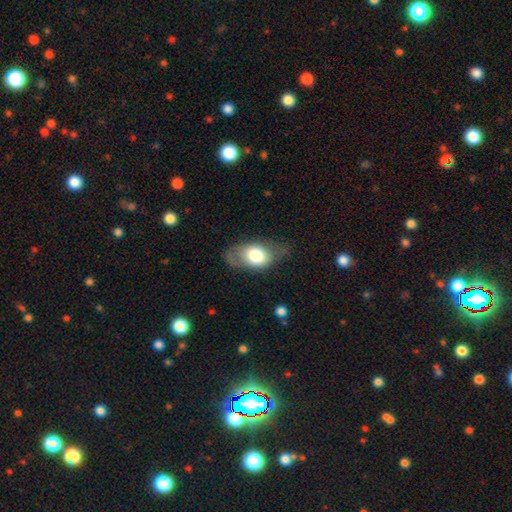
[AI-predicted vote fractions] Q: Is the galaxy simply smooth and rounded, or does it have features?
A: smooth — 68%.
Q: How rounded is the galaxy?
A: in between — 84%.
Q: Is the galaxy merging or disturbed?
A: none — 59%.